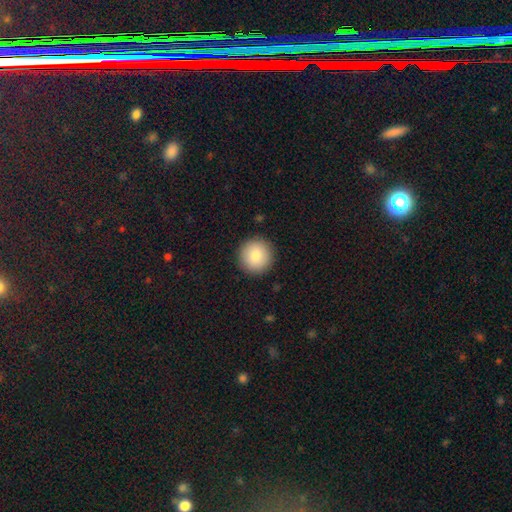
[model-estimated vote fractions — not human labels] Smooth or featured?
  - smooth: 84% *
  - featured or disk: 8%
  - star or artifact: 8%
How rounded?
  - round: 95% *
  - in between: 4%
  - cigar-shaped: 1%
Merging?
  - none: 91% *
  - minor disturbance: 6%
  - major disturbance: 2%
  - merger: 1%